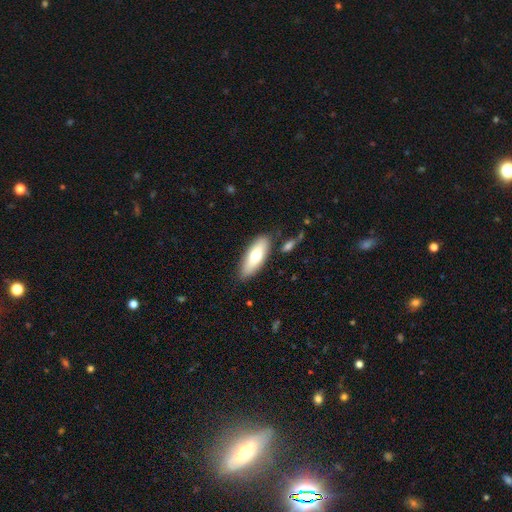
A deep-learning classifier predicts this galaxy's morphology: This appears to be a smooth galaxy with no disk features (69%) that is in between round and cigar-shaped (71%). Merging: none (82%).